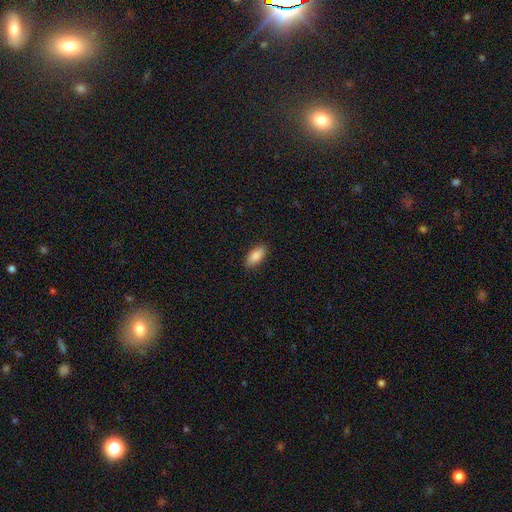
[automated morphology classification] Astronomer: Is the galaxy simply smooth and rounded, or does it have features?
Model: smooth — 88%.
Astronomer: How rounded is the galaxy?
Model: in between — 86%.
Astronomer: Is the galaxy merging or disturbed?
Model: none — 89%.